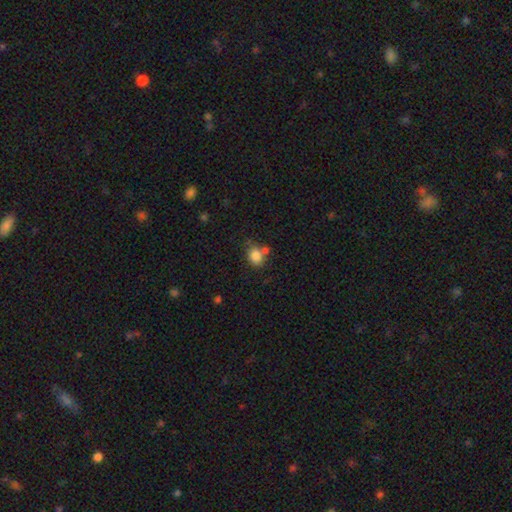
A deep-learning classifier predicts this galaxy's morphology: Smooth or featured? Predicted: smooth (p=0.83). How rounded? Predicted: round (p=0.65). Merging? Predicted: none (p=0.57).